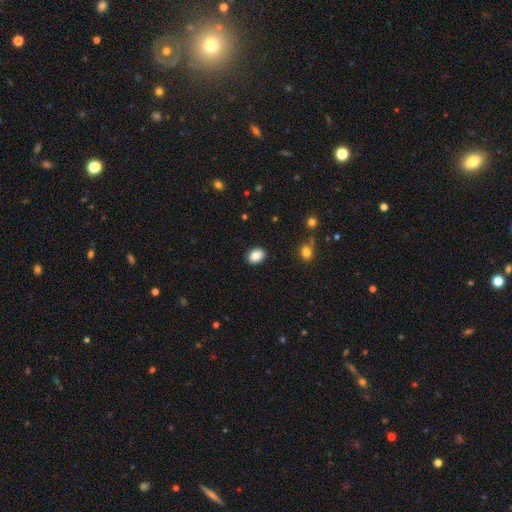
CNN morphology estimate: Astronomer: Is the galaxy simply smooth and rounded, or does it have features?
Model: smooth — 86%.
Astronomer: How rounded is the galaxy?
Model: in between — 73%.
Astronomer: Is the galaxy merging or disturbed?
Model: none — 89%.